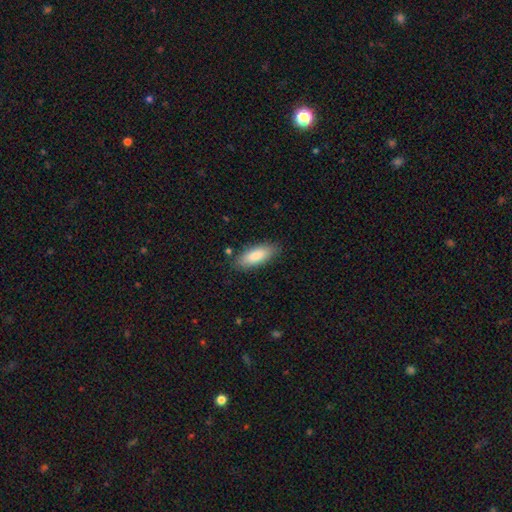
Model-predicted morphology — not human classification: Smooth or featured? Predicted: smooth (p=0.85). How rounded? Predicted: in between (p=0.77). Merging? Predicted: none (p=0.84).